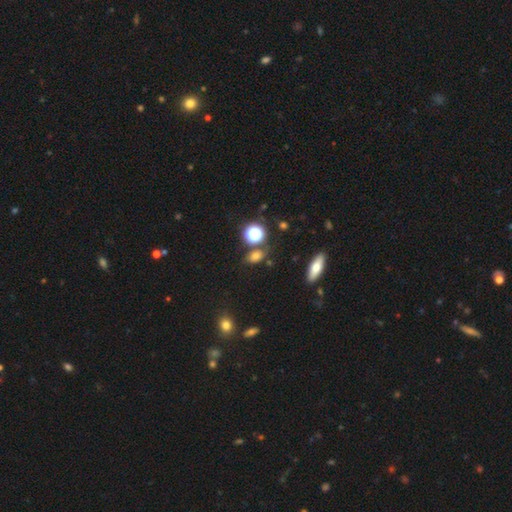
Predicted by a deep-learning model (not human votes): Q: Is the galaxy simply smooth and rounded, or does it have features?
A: smooth — 66%.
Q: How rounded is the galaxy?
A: in between — 61%.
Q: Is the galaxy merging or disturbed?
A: none — 73%.